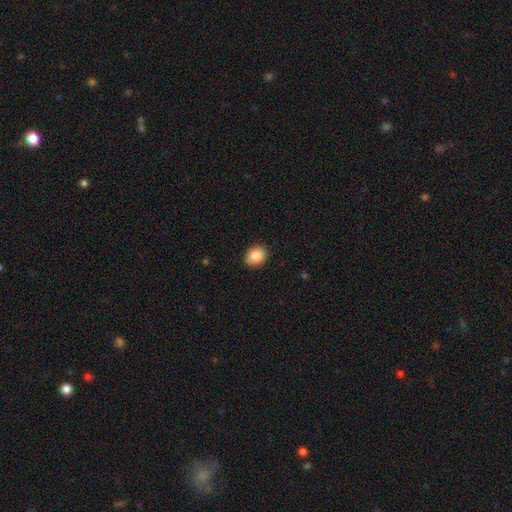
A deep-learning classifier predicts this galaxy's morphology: The model was most divided on "how rounded": in between: 51%, round: 48%, cigar-shaped: 1%. More confident: smooth or featured — smooth (89%); merging — none (87%).